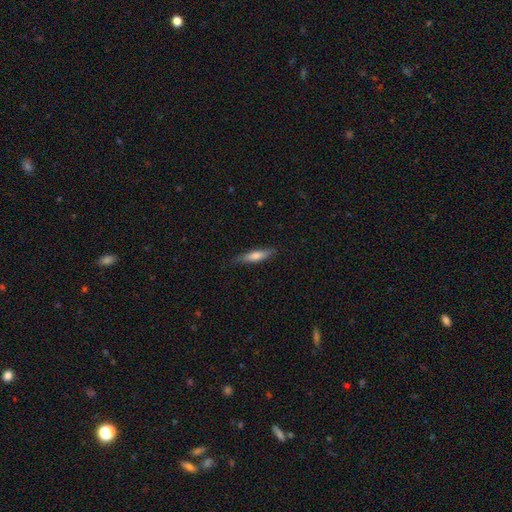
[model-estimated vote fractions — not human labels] smooth-or-featured: smooth: 63% | featured or disk: 31% | star or artifact: 6%
  how-rounded: cigar-shaped: 79% | in between: 19% | round: 2%
  merging: none: 82% | minor disturbance: 15% | major disturbance: 3% | merger: 1%